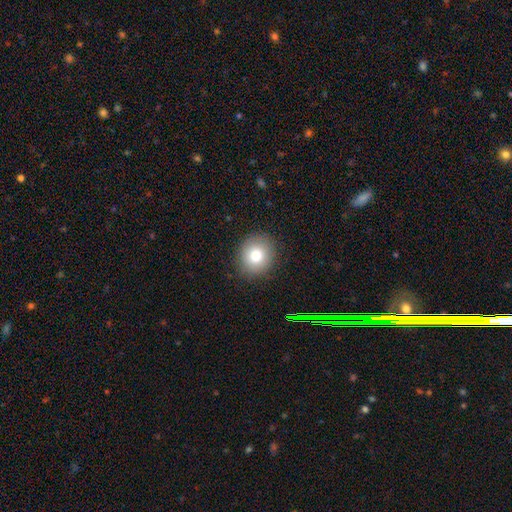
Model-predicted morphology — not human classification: smooth 79%, featured or disk 11%, star or artifact 10%. Down the decision tree: how rounded — round (73%); merging — none (88%).